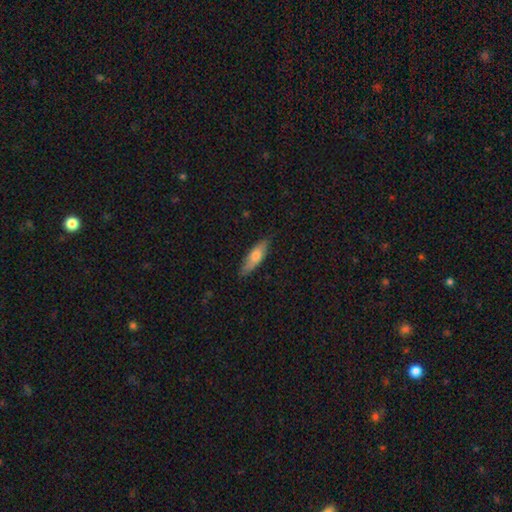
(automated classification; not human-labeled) A smooth galaxy with no disk features (67%) that is cigar-shaped (55%). Merging: none (83%).